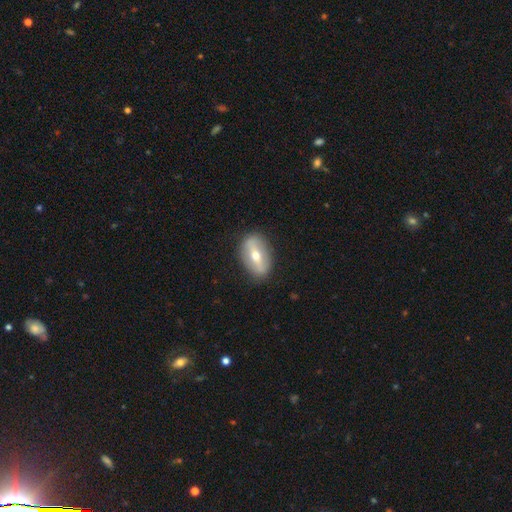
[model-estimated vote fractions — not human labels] This is possibly a featured or disk galaxy (56%). It is likely not viewed edge-on (74%). Merging: clearly none (85%).